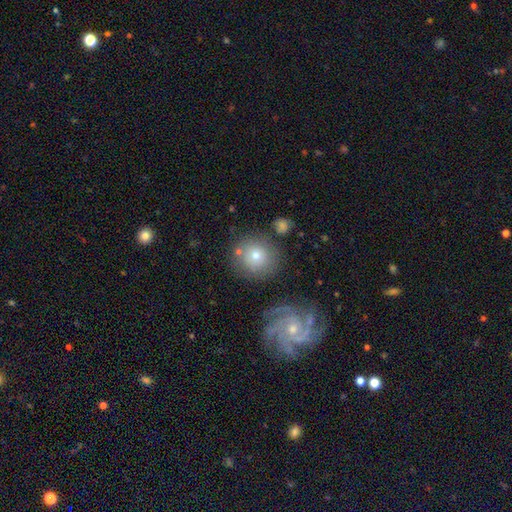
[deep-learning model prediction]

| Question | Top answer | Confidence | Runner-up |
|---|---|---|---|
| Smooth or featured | smooth | 58% | featured or disk (31%) |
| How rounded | round | 90% | in between (9%) |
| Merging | none | 77% | minor disturbance (11%) |